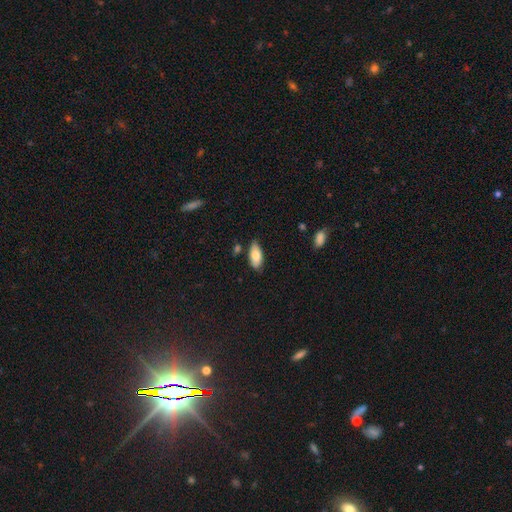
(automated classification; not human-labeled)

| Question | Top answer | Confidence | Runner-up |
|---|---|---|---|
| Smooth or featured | smooth | 81% | featured or disk (13%) |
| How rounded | in between | 90% | cigar-shaped (8%) |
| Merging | none | 76% | minor disturbance (18%) |